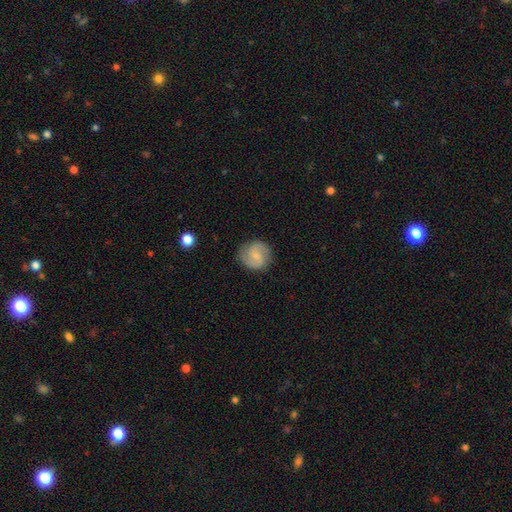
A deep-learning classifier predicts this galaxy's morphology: A featured or disk galaxy (62%) with a weak bar (50%), 2 (90%) medium (52%) spiral arms (93%) and a small central bulge (57%). Merging: none (86%).